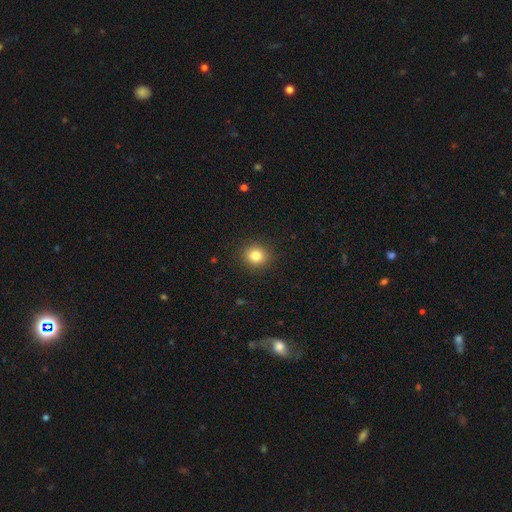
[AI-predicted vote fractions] The model was most divided on "how rounded": round: 84%, in between: 15%, cigar-shaped: 1%. More confident: merging — none (90%); smooth or featured — smooth (82%).